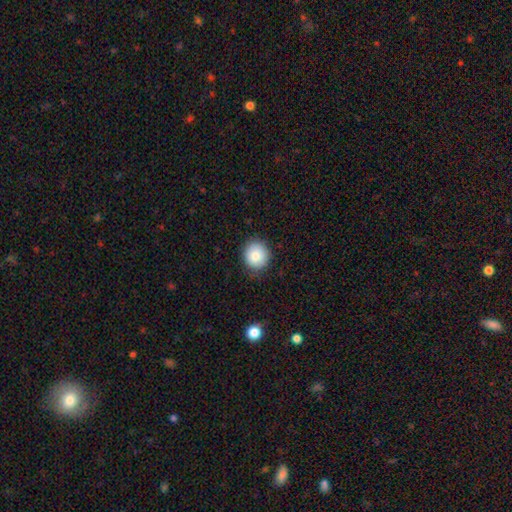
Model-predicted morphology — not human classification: The model was most divided on "how rounded": round: 85%, in between: 14%, cigar-shaped: 1%. More confident: merging — none (85%); smooth or featured — smooth (83%).